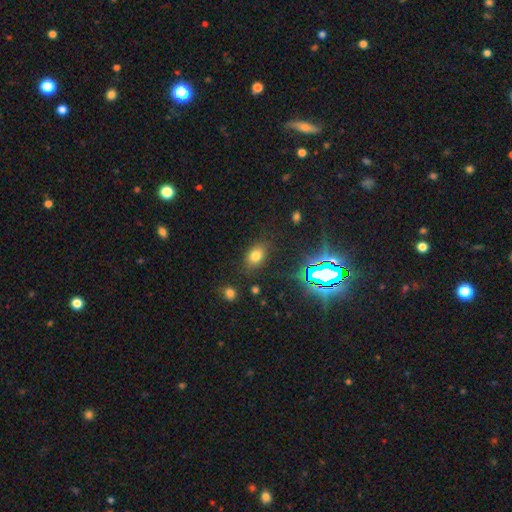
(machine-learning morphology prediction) The model was most divided on "smooth or featured": smooth: 71%, star or artifact: 20%, featured or disk: 9%. More confident: merging — none (80%); how rounded — in between (75%).